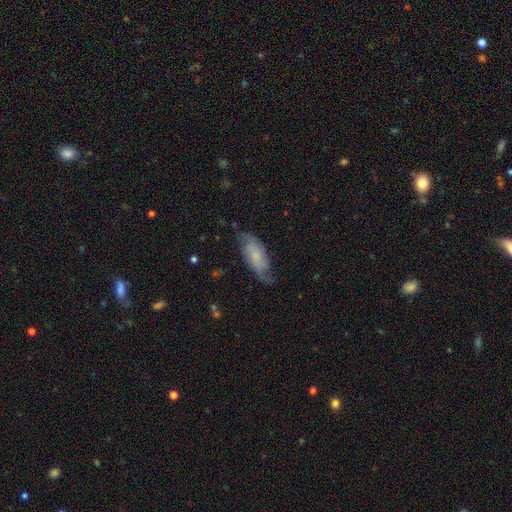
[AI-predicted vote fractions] This appears to be a featured or disk galaxy (50%). Merging: none (66%).